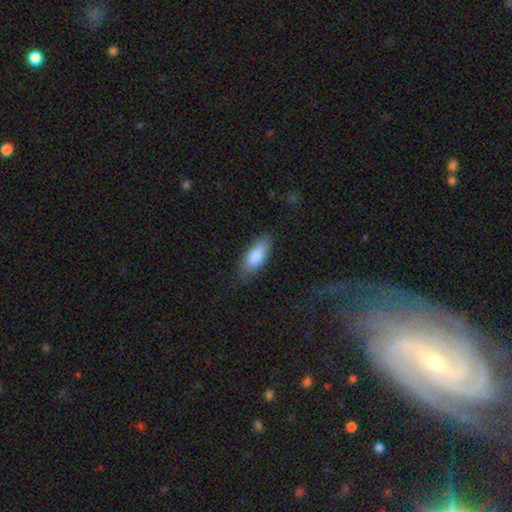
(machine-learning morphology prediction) A smooth galaxy with no disk features (84%) that is in between round and cigar-shaped (69%).

Vote fractions:
- Smooth or featured? smooth: 84% / featured or disk: 10% / star or artifact: 6%
- How rounded? in between: 69% / cigar-shaped: 29% / round: 2%
- Merging? none: 82% / minor disturbance: 14% / major disturbance: 3% / merger: 1%